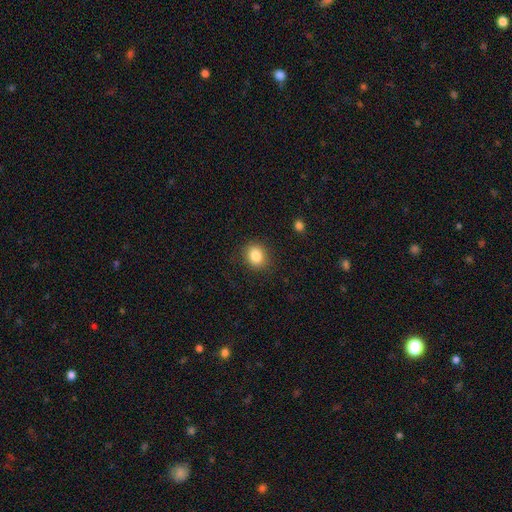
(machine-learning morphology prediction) Smooth or featured: smooth — 85% (star or artifact — 10%)
How rounded: round — 61% (in between — 38%)
Merging: none — 86% (minor disturbance — 10%)